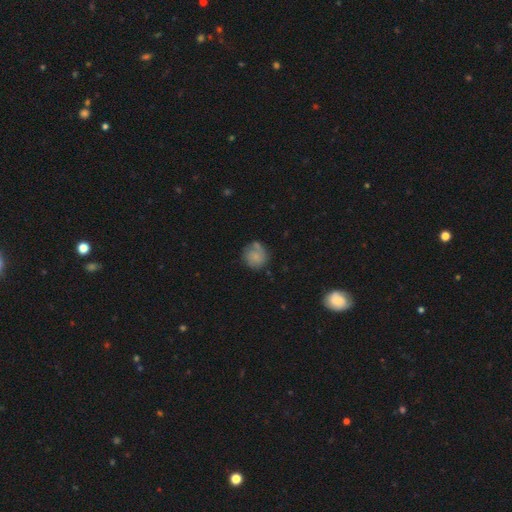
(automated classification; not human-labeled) Morphology: type=smooth (65%); roundness=round (85%); merging=none (61%).